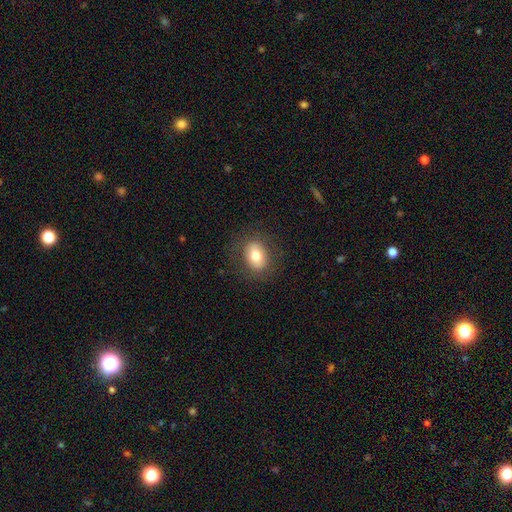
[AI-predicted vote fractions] Smooth or featured: smooth — 74% (featured or disk — 17%)
How rounded: in between — 71% (round — 27%)
Merging: none — 83% (minor disturbance — 11%)